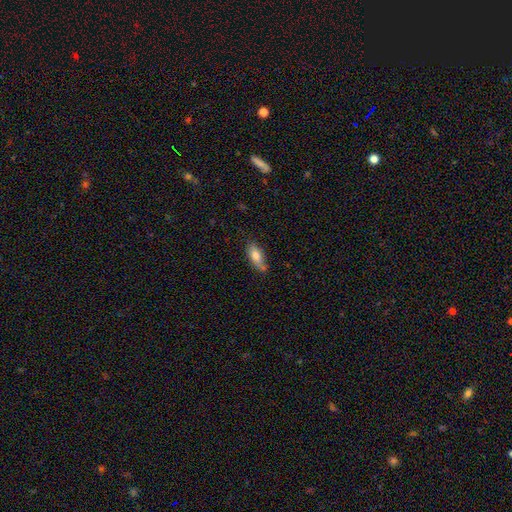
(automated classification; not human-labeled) This is likely a smooth galaxy (76%). How rounded: likely in between (77%). Merging: likely none (67%).